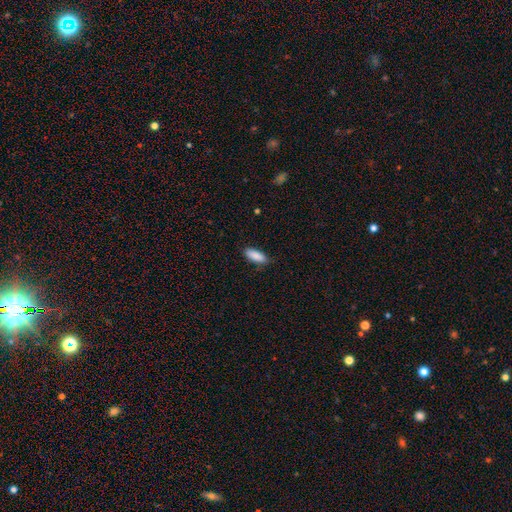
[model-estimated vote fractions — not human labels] This is clearly a smooth galaxy (89%). How rounded: likely in between (74%). Merging: clearly none (83%).